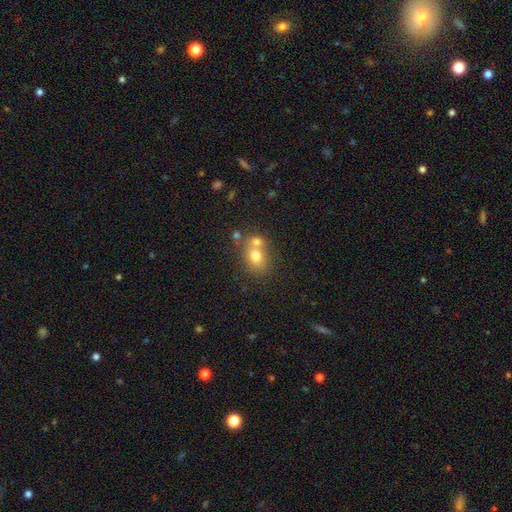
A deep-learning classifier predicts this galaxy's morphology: Q: Smooth or featured?
A: smooth (72%); runner-up: featured or disk (16%)
Q: How rounded?
A: round (51%); runner-up: in between (48%)
Q: Merging?
A: merger (47%); runner-up: none (40%)